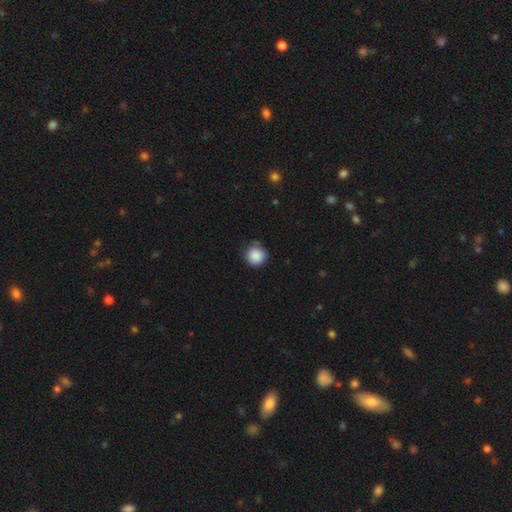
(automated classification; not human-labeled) smooth-or-featured: smooth: 88% | star or artifact: 9% | featured or disk: 4%
  how-rounded: round: 93% | in between: 6% | cigar-shaped: 1%
  merging: none: 73% | minor disturbance: 20% | major disturbance: 4% | merger: 2%